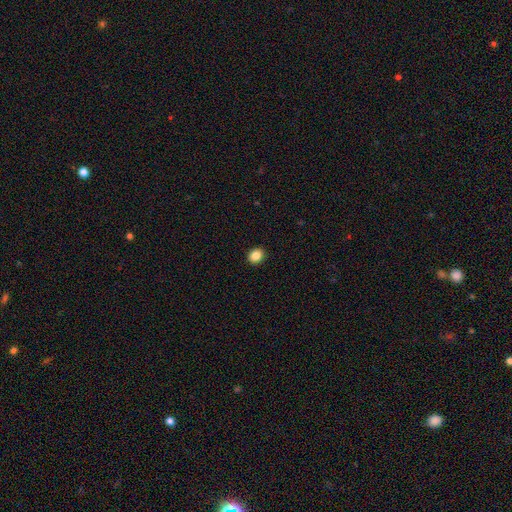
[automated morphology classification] type=smooth (86%); roundness=round (67%); merging=none (92%).